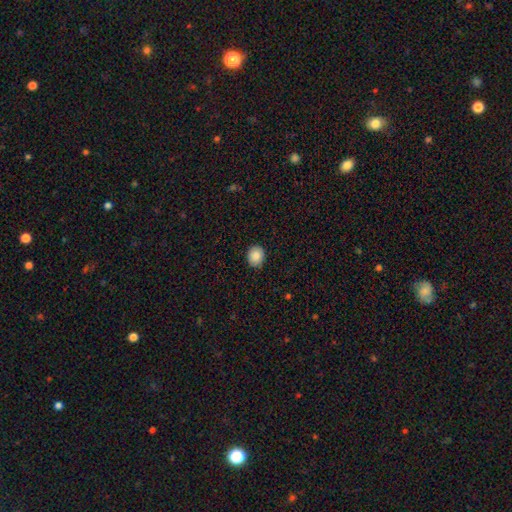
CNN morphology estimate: smooth_or_featured: smooth (p=0.87) [alt: star or artifact p=0.08]
how_rounded: round (p=0.66) [alt: in between p=0.34]
merging: none (p=0.87) [alt: minor disturbance p=0.10]